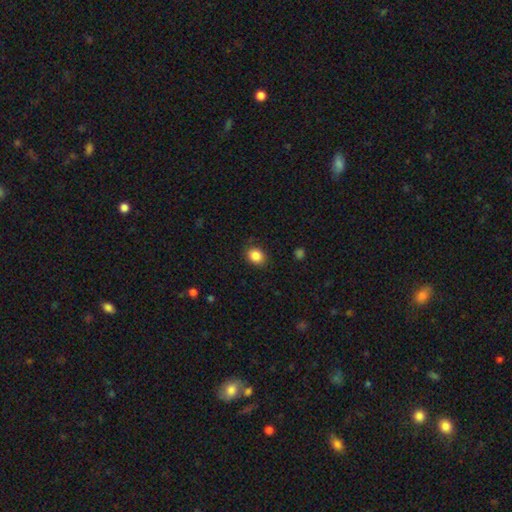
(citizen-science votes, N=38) Smooth or featured: smooth — 95% (featured or disk — 5%)
How rounded: in between — 58% (round — 42%)
Merging: none — 79% (minor disturbance — 13%)